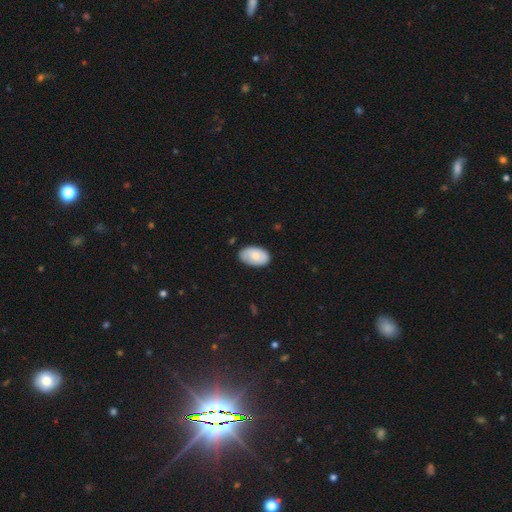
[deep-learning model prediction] Overall: smooth (78%). How rounded: in between (93%). Merging: none (78%).